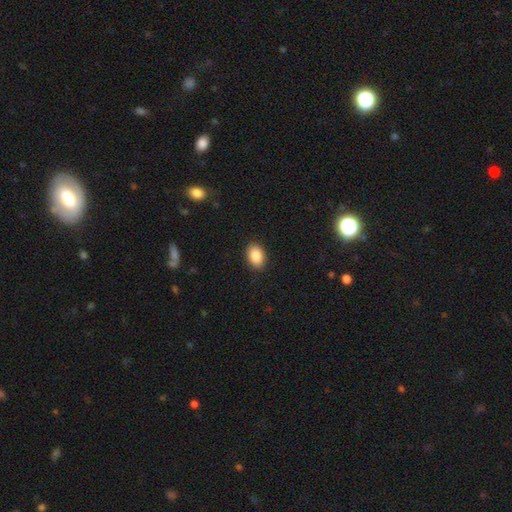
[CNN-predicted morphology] smooth-or-featured: smooth: 88% | star or artifact: 7% | featured or disk: 5%
  how-rounded: in between: 87% | round: 12% | cigar-shaped: 1%
  merging: none: 90% | minor disturbance: 7% | major disturbance: 2% | merger: 1%